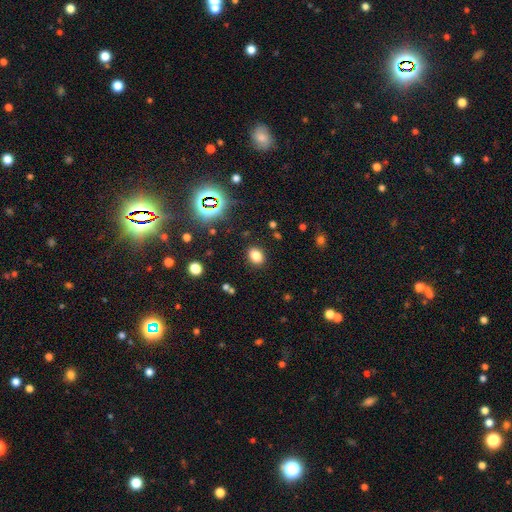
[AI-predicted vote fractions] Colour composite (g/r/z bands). It shows a smooth galaxy with no disk features (79%) that is in between round and cigar-shaped (60%). Merging: none (88%).